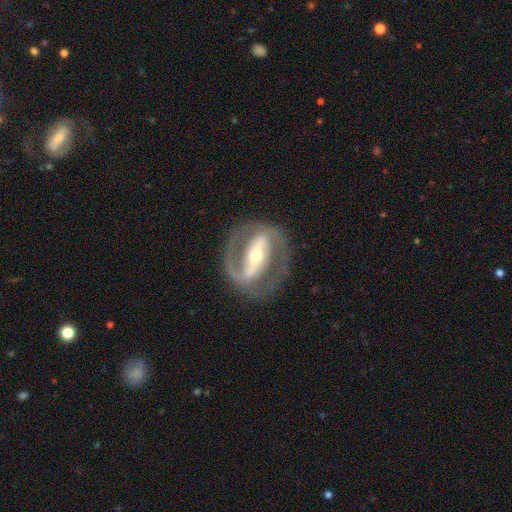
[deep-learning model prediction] This is clearly a featured or disk galaxy (86%). It is clearly not viewed edge-on (92%). Bar: likely strong (73%). Spiral arm pattern: clearly yes (80%). Spiral arm count: clearly 2 (83%). Spiral winding: possibly medium (47%). Central bulge: possibly moderate (49%). Merging: likely none (78%).